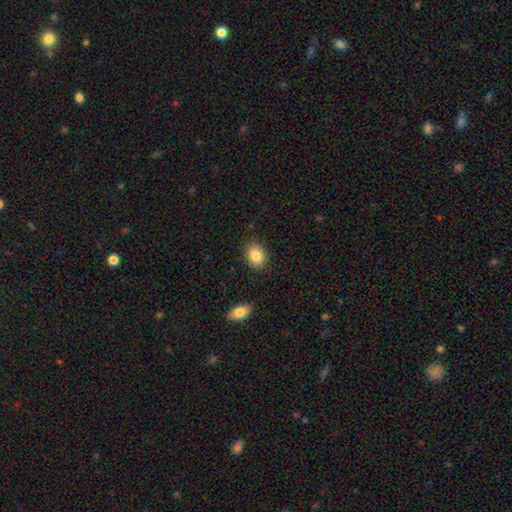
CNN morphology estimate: smooth 85%, star or artifact 8%, featured or disk 7%. Down the decision tree: how rounded — in between (63%); merging — none (87%).